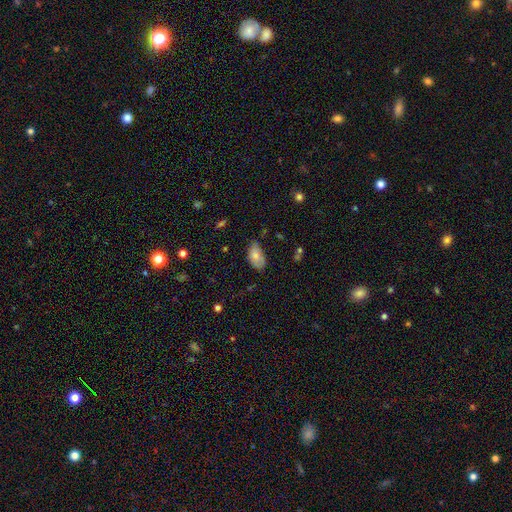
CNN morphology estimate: Q: Smooth or featured?
A: smooth (76%); runner-up: featured or disk (16%)
Q: How rounded?
A: in between (92%); runner-up: round (6%)
Q: Merging?
A: none (53%); runner-up: minor disturbance (37%)